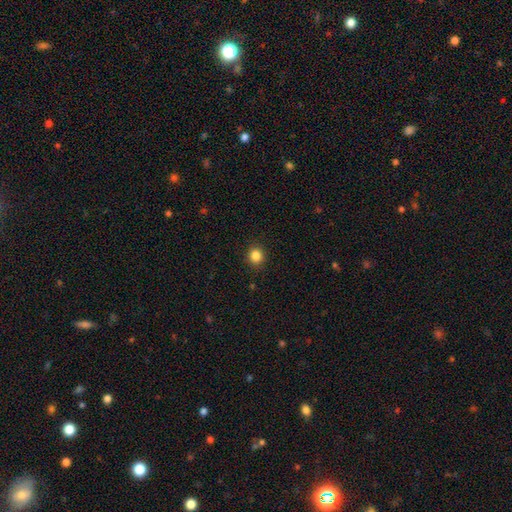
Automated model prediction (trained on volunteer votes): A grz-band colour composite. It shows a smooth galaxy with no disk features (85%) that is round (84%). Merging: none (91%).